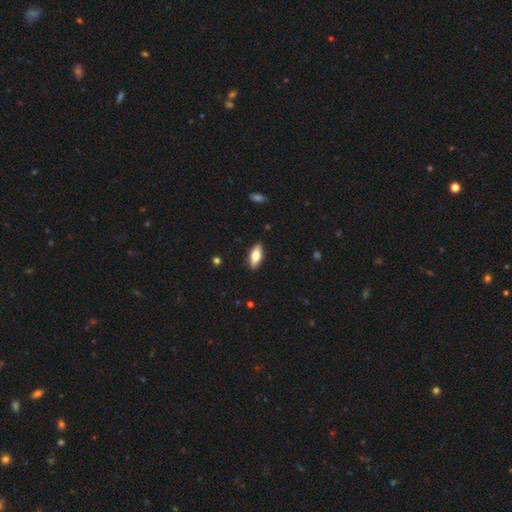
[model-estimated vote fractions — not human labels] Morphology: type=smooth (67%); roundness=in between (76%); merging=none (89%).